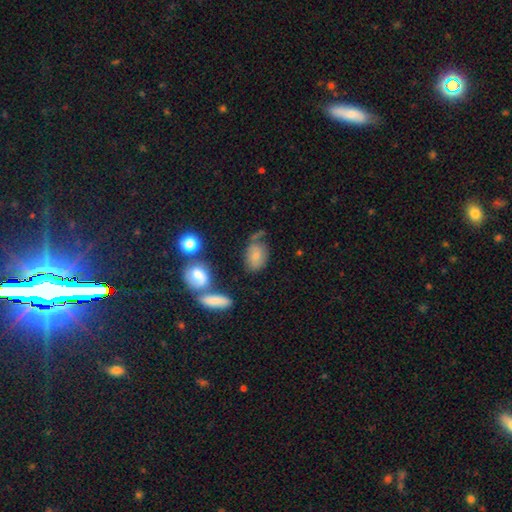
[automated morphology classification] smooth_or_featured: smooth (p=0.72) [alt: featured or disk p=0.19]
how_rounded: in between (p=0.80) [alt: round p=0.18]
merging: none (p=0.50) [alt: minor disturbance p=0.23]